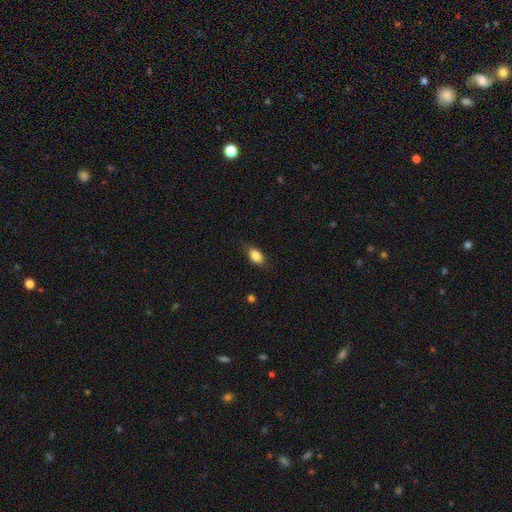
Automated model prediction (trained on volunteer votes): smooth 83%, featured or disk 10%, star or artifact 8%. Down the decision tree: how rounded — in between (85%); merging — none (74%).